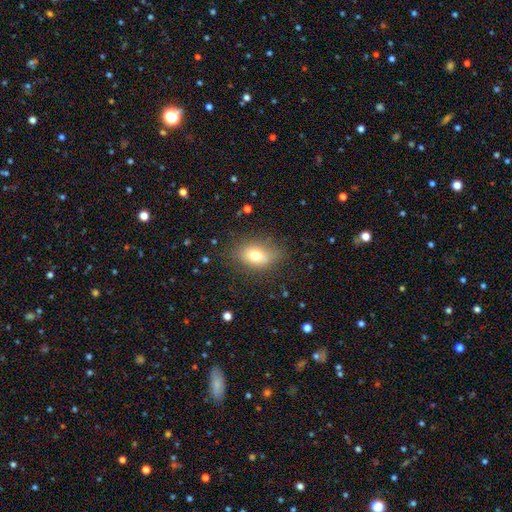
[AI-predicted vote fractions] Smooth or featured? smooth (72%)
How rounded? in between (75%)
Merging? none (71%)